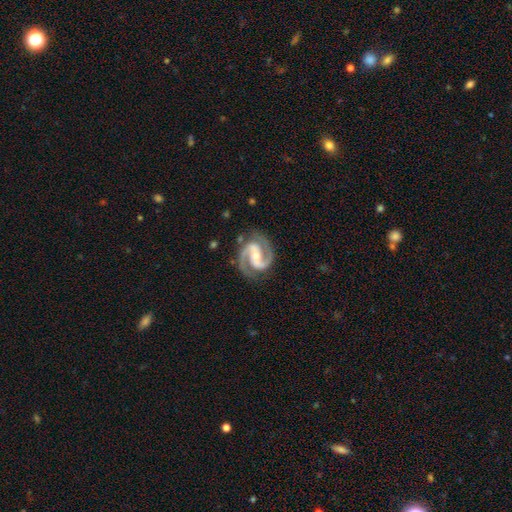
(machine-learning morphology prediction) smooth-or-featured: featured or disk: 94% | star or artifact: 4% | smooth: 3%
  disk-edge-on: no: 98% | yes: 2%
    bar: strong: 45% | weak: 34% | no: 21%
    has-spiral-arms: yes: 99% | no: 1%
      spiral-winding: medium: 59% | tight: 33% | loose: 8%
      spiral-arm-count: 2: 94% | 3: 1% | can't tell: 1% | 1: 1% | 4: 1% | more than 4: 1%
    bulge-size: small: 48% | moderate: 46% | large: 2% | none: 2% | dominant: 1%
  merging: none: 83% | minor disturbance: 12% | major disturbance: 4% | merger: 1%